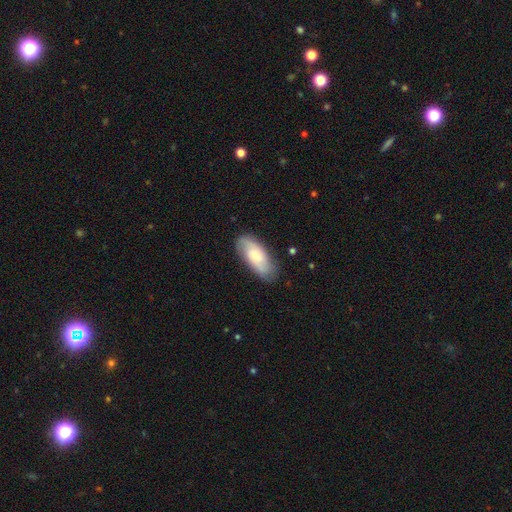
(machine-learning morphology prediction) smooth_or_featured: featured or disk (p=0.49) [alt: smooth p=0.45]
merging: none (p=0.78) [alt: minor disturbance p=0.17]